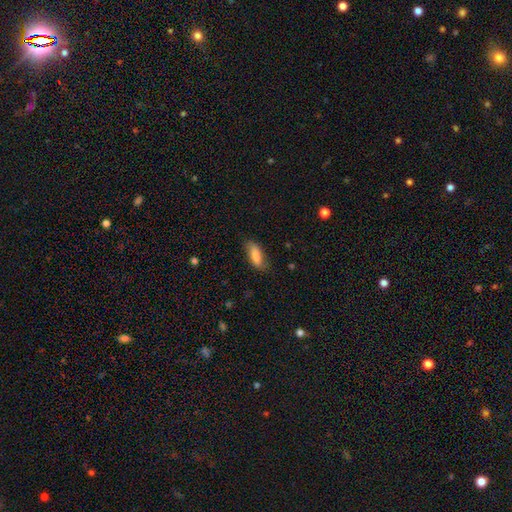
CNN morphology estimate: Q: Smooth or featured?
A: smooth (80%); runner-up: featured or disk (14%)
Q: How rounded?
A: in between (69%); runner-up: cigar-shaped (28%)
Q: Merging?
A: none (72%); runner-up: minor disturbance (21%)